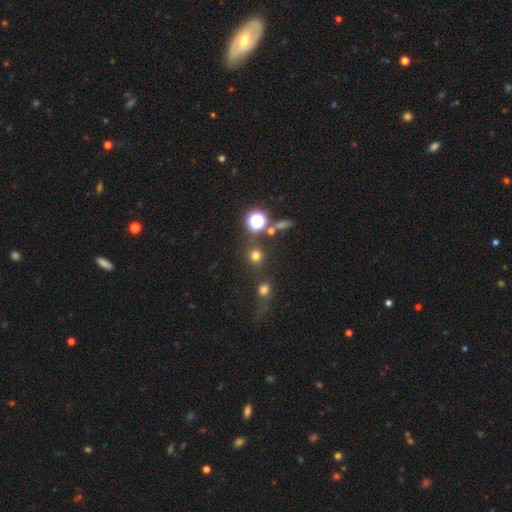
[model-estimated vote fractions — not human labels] Smooth or featured? Predicted: smooth (p=0.71). How rounded? Predicted: round (p=0.91). Merging? Predicted: none (p=0.74).